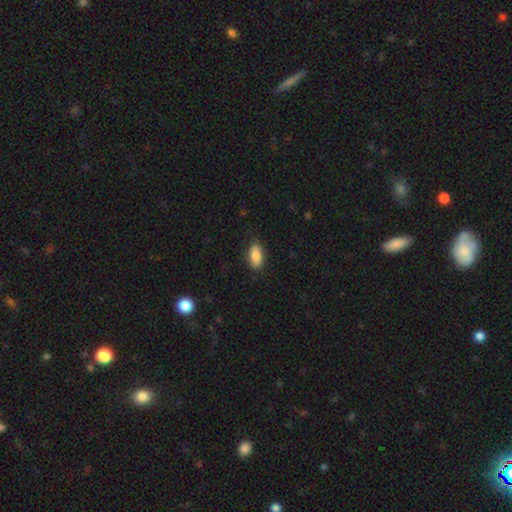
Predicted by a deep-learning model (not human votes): A smooth galaxy with no disk features (84%) that is in between round and cigar-shaped (91%).

Vote fractions:
- Smooth or featured? smooth: 84% / featured or disk: 9% / star or artifact: 7%
- How rounded? in between: 91% / cigar-shaped: 6% / round: 4%
- Merging? none: 82% / minor disturbance: 15% / major disturbance: 3% / merger: 1%